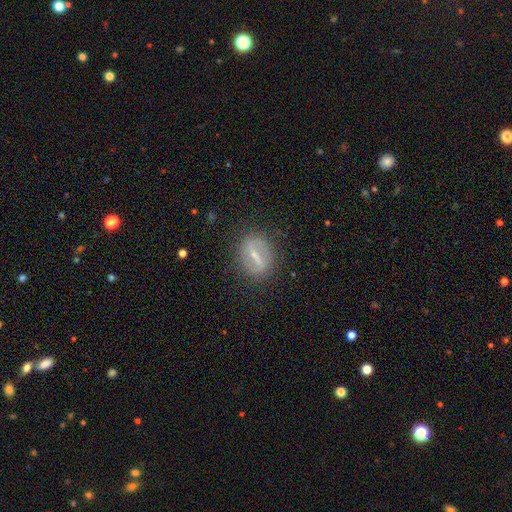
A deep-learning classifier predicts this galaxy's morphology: The model was most divided on "spiral arms": no: 53%, yes: 47%. More confident: edge-on disk — no (88%); merging — none (83%); bar — strong (70%); smooth or featured — featured or disk (70%); bulge size — small (60%).